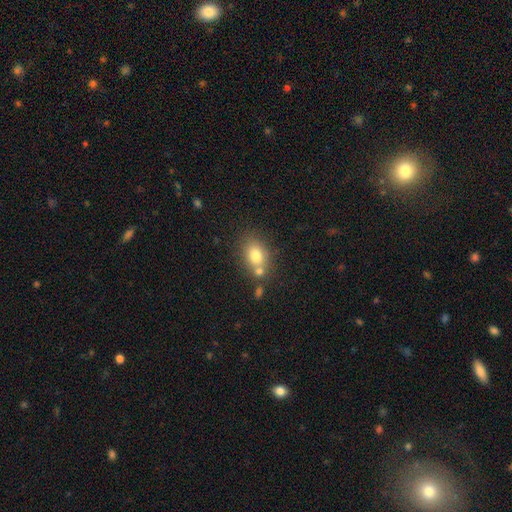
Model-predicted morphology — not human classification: Smooth or featured?
  - smooth: 76% *
  - featured or disk: 14%
  - star or artifact: 10%
How rounded?
  - in between: 66% *
  - round: 33%
  - cigar-shaped: 1%
Merging?
  - none: 55% *
  - merger: 27%
  - minor disturbance: 14%
  - major disturbance: 4%